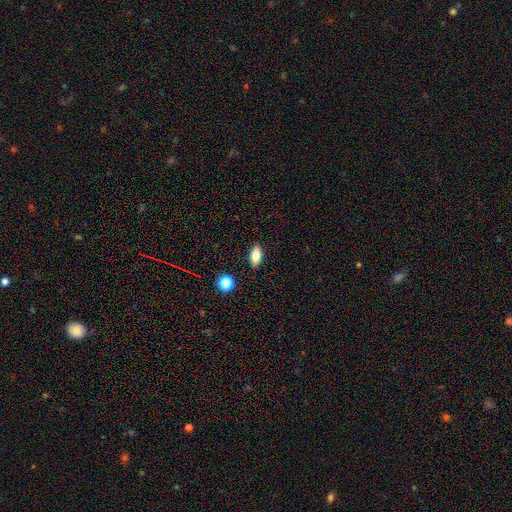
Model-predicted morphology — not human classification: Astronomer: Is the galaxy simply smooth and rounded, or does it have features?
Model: smooth — 78%.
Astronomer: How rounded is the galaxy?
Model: in between — 85%.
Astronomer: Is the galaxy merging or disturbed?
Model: none — 88%.